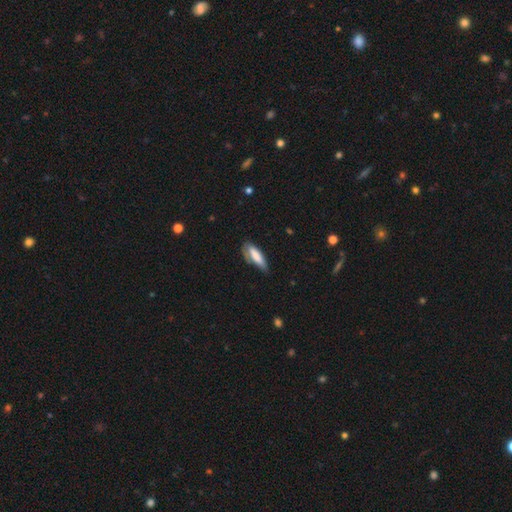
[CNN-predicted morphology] Smooth or featured?
  - smooth: 77% *
  - featured or disk: 17%
  - star or artifact: 6%
How rounded?
  - cigar-shaped: 54% *
  - in between: 45%
  - round: 2%
Merging?
  - none: 54% *
  - minor disturbance: 34%
  - major disturbance: 9%
  - merger: 3%